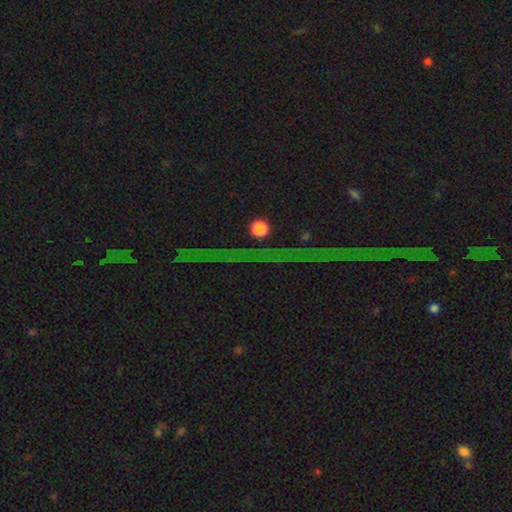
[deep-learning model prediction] smooth_or_featured: star or artifact (p=0.83) [alt: featured or disk p=0.09]